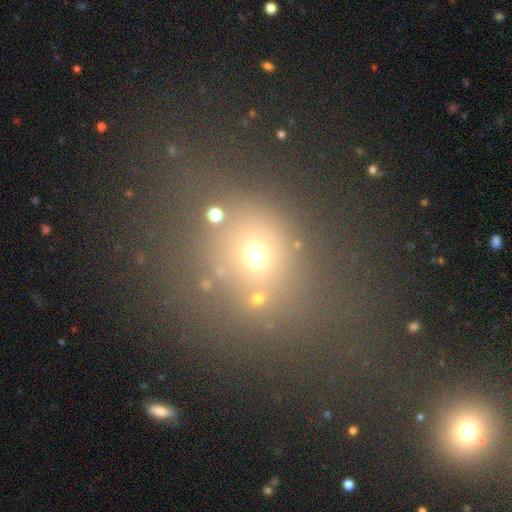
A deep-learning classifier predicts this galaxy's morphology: Smooth or featured? smooth (57%)
How rounded? round (58%)
Merging? none (60%)